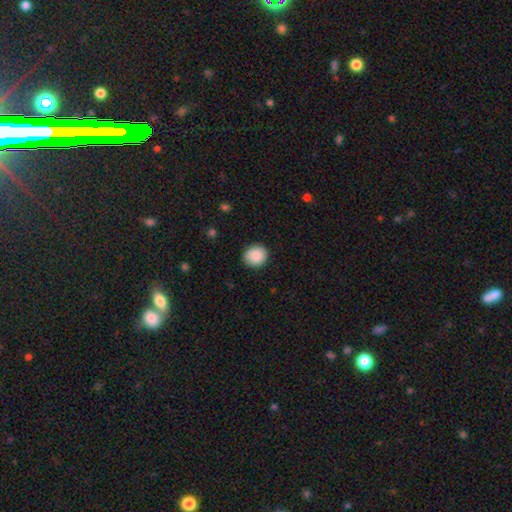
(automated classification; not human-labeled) Smooth or featured? smooth (87%)
How rounded? round (86%)
Merging? none (90%)